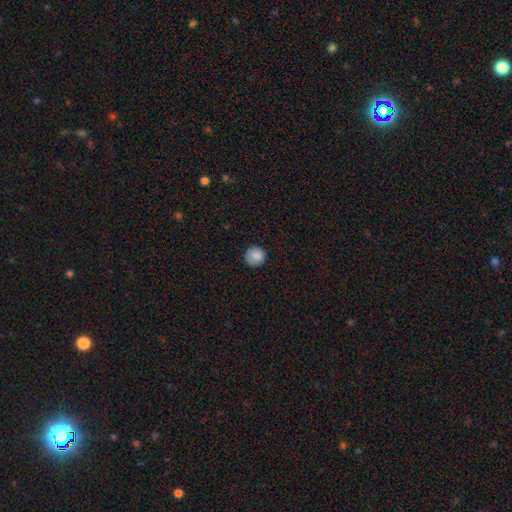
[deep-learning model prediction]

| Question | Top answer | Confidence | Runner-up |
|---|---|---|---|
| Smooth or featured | smooth | 86% | star or artifact (9%) |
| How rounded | round | 94% | in between (5%) |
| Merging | none | 85% | minor disturbance (11%) |